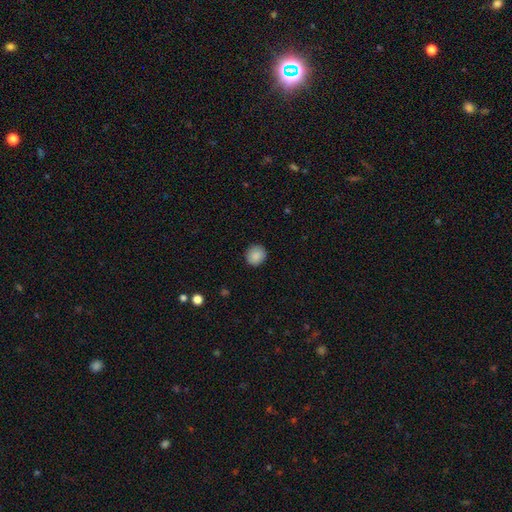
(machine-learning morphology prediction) smooth-or-featured: smooth: 88% | star or artifact: 8% | featured or disk: 4%
  how-rounded: round: 88% | in between: 11% | cigar-shaped: 1%
  merging: none: 90% | minor disturbance: 7% | major disturbance: 2% | merger: 1%